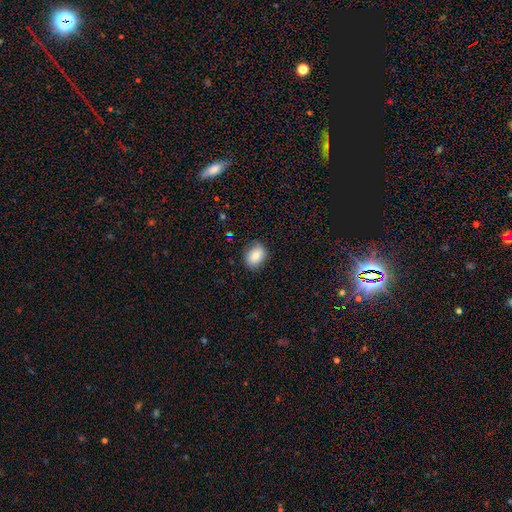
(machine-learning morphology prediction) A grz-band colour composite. It shows a smooth galaxy with no disk features (80%) that is in between round and cigar-shaped (60%). Merging: none (82%).